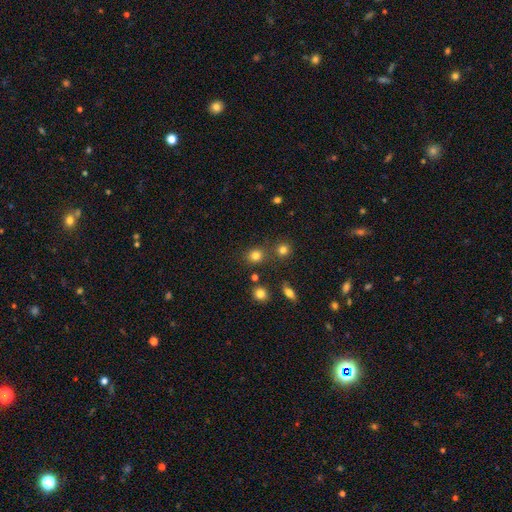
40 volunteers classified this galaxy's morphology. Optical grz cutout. It shows a smooth galaxy with no disk features (90%) that is round (86%). Merging: none (70%).